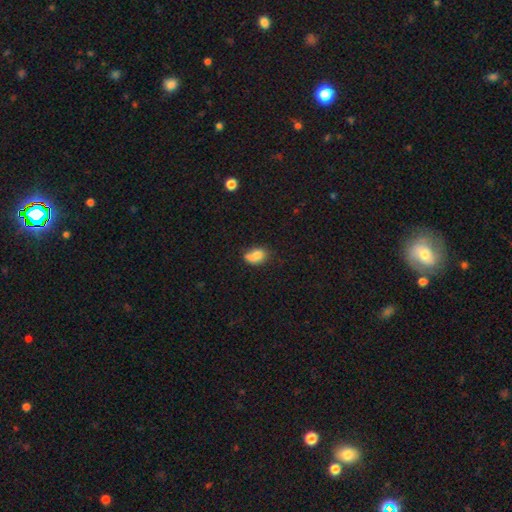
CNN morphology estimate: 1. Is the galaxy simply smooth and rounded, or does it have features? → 74% smooth, 16% featured or disk, 10% star or artifact.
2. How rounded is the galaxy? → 67% in between, 32% round, 2% cigar-shaped.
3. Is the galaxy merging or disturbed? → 38% none, 29% merger, 22% minor disturbance, 11% major disturbance.